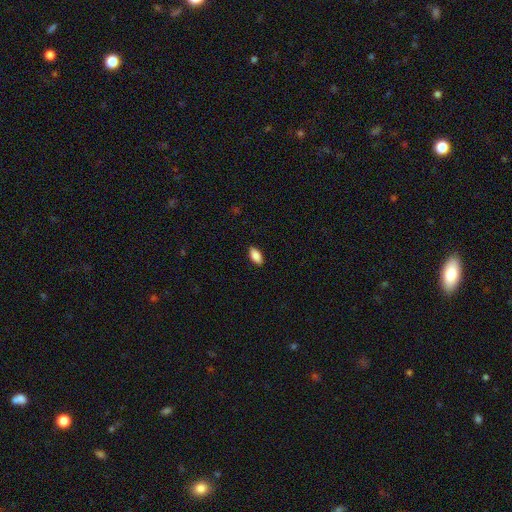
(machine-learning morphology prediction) smooth 88%, star or artifact 7%, featured or disk 5%. Down the decision tree: how rounded — in between (92%); merging — none (89%).